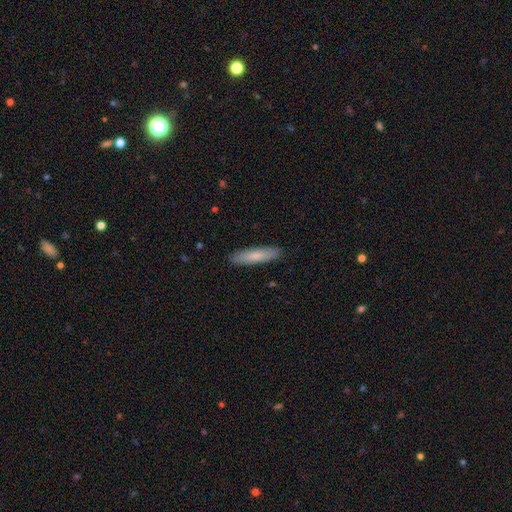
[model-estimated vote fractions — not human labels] Overall: smooth (78%). How rounded: cigar-shaped (78%). Merging: none (90%).